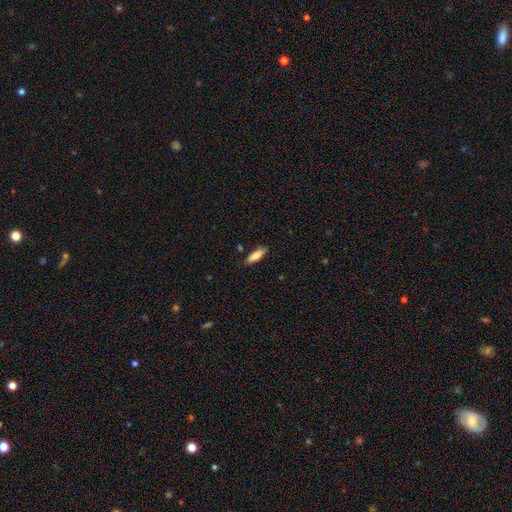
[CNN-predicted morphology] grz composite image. It shows a smooth galaxy with no disk features (84%) that is in between round and cigar-shaped (57%). Merging: none (82%).